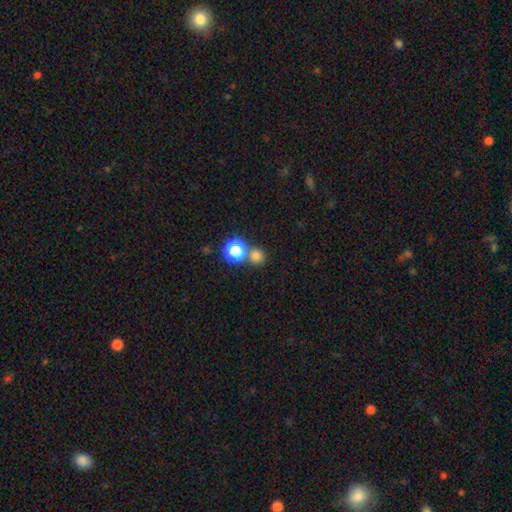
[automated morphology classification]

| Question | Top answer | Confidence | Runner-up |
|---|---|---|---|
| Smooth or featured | smooth | 73% | star or artifact (21%) |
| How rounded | round | 88% | in between (11%) |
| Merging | none | 69% | merger (20%) |